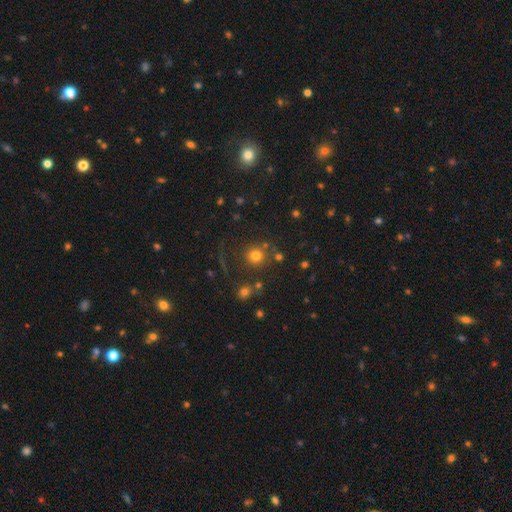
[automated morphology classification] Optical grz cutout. It shows a smooth galaxy with no disk features (74%) that is round (90%). Merging: none (77%).